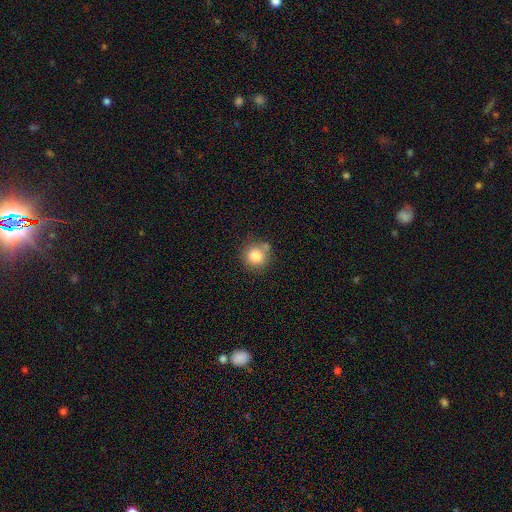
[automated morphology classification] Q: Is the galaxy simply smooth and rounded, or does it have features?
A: smooth — 81%.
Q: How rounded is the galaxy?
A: round — 92%.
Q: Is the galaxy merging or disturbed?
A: none — 67%.